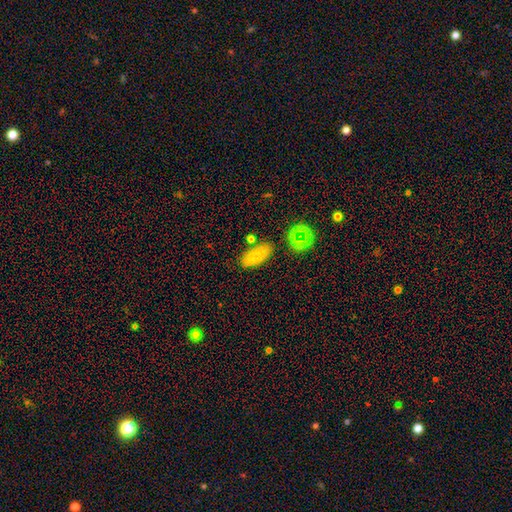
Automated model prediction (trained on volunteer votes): Smooth or featured? Predicted: smooth (p=0.70). How rounded? Predicted: in between (p=0.89). Merging? Predicted: none (p=0.77).